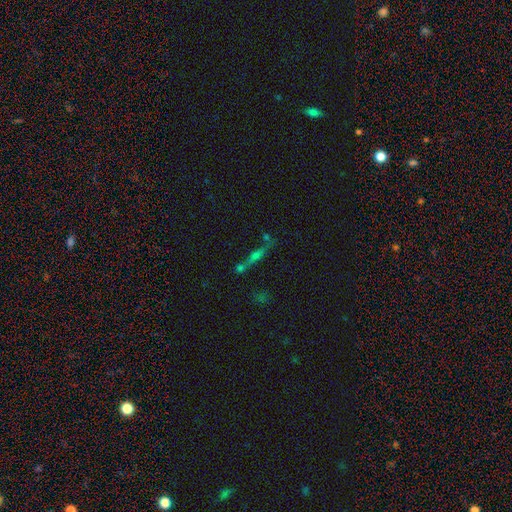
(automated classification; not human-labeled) Smooth or featured? Predicted: featured or disk (p=0.49). Merging? Predicted: none (p=0.53).